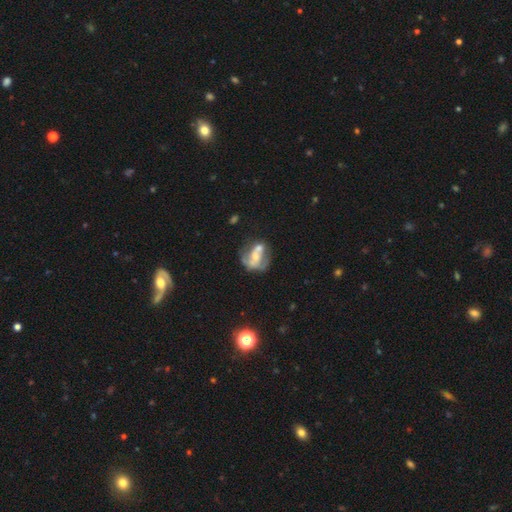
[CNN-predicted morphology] type=featured or disk (60%); edge-on=no (96%); bar=no (63%); spiral arms=no (61%); bulge=moderate (44%); merging=merger (34%).